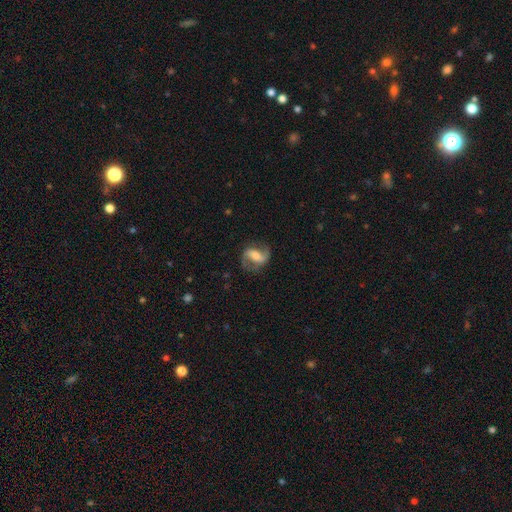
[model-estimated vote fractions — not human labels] Smooth or featured?
  - featured or disk: 79% *
  - smooth: 15%
  - star or artifact: 6%
Edge-on disk?
  - no: 97% *
  - yes: 3%
Bar?
  - weak: 40% *
  - strong: 38%
  - no: 22%
Spiral arms?
  - yes: 94% *
  - no: 6%
Spiral winding?
  - medium: 46% *
  - loose: 40%
  - tight: 14%
Spiral arm count?
  - 2: 90% *
  - 1: 3%
  - can't tell: 3%
  - 3: 1%
  - 4: 1%
  - more than 4: 1%
Bulge size?
  - moderate: 44% *
  - small: 28%
  - large: 16%
  - none: 10%
  - dominant: 2%
Merging?
  - none: 75% *
  - minor disturbance: 15%
  - major disturbance: 8%
  - merger: 1%